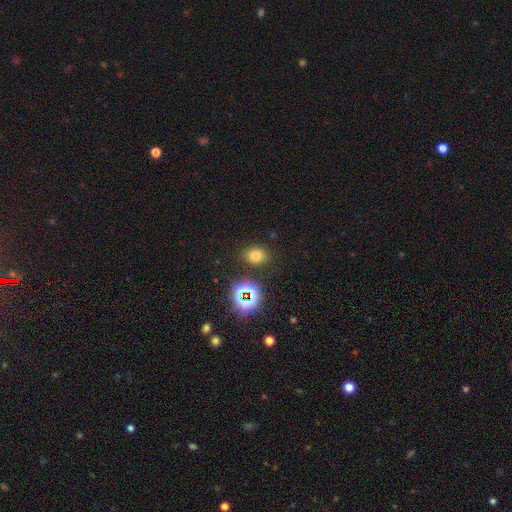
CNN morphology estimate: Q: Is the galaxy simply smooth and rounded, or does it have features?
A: smooth — 69%.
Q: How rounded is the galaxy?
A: round — 54%.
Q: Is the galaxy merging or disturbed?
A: none — 84%.